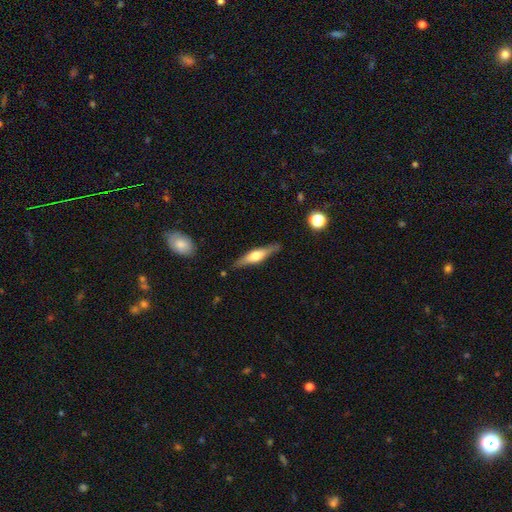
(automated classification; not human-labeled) This appears to be a featured or disk galaxy (59%) viewed edge-on (94%) with a rounded central bulge (87%). Merging: none (85%).